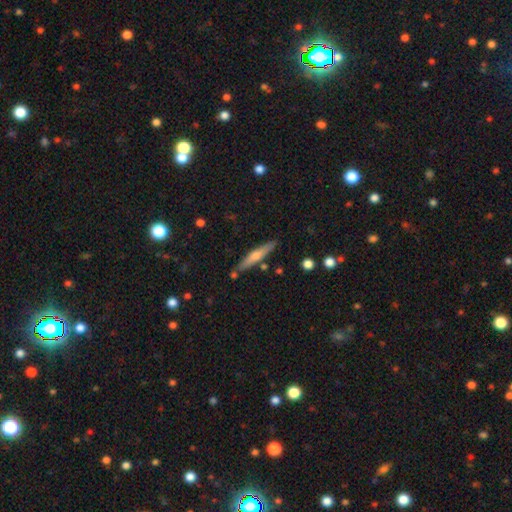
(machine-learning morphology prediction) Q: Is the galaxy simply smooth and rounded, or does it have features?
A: smooth — 49%.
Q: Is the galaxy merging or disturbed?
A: none — 84%.